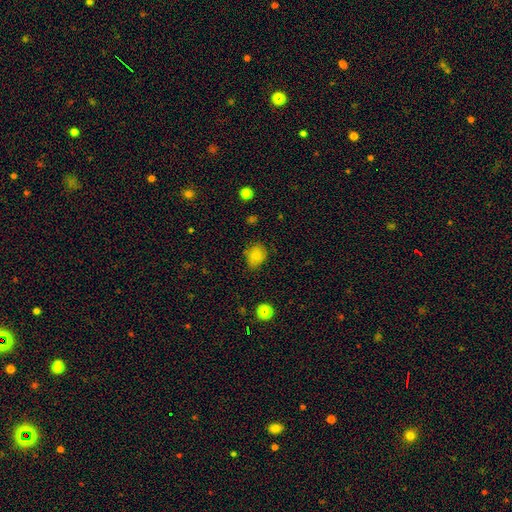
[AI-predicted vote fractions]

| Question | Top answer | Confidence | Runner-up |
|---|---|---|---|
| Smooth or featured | smooth | 80% | star or artifact (12%) |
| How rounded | round | 51% | in between (48%) |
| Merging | none | 72% | minor disturbance (21%) |